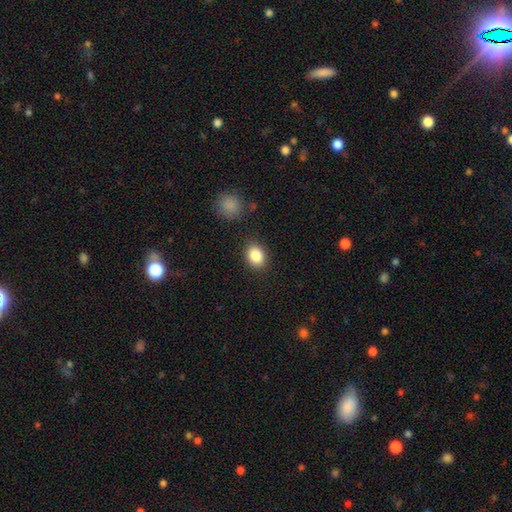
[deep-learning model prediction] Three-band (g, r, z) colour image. It shows a smooth galaxy with no disk features (87%) that is in between round and cigar-shaped (66%). Merging: none (86%).